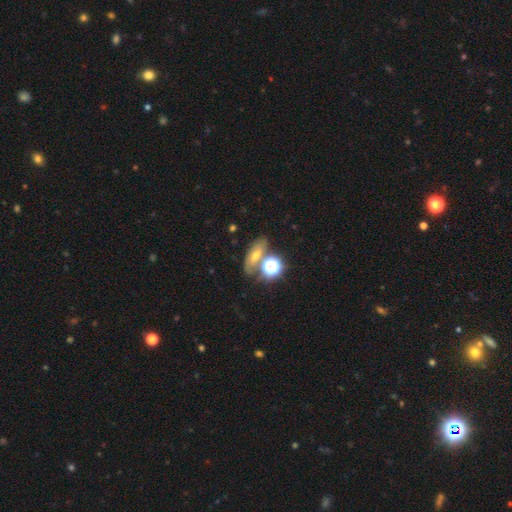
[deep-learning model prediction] smooth_or_featured: smooth (p=0.45) [alt: featured or disk p=0.28]
merging: none (p=0.61) [alt: merger p=0.18]